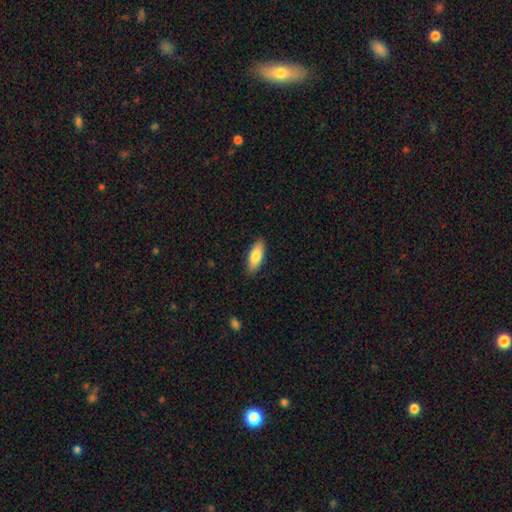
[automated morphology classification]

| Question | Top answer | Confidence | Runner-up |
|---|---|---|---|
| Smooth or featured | smooth | 81% | featured or disk (14%) |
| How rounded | in between | 74% | cigar-shaped (24%) |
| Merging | none | 88% | minor disturbance (9%) |